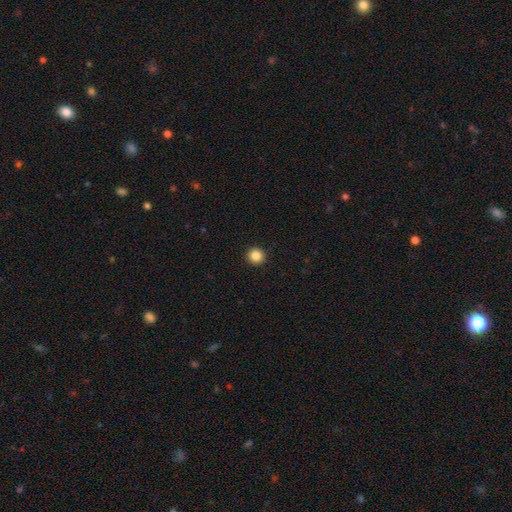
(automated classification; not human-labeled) Q: Smooth or featured?
A: smooth (86%); runner-up: star or artifact (10%)
Q: How rounded?
A: round (95%); runner-up: in between (4%)
Q: Merging?
A: none (94%); runner-up: minor disturbance (4%)